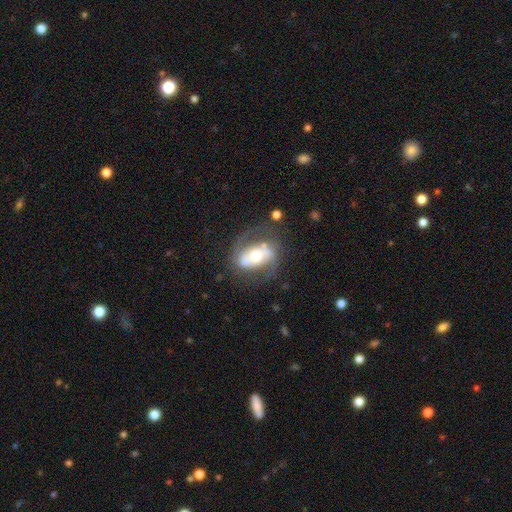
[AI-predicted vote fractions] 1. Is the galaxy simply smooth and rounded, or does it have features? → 65% featured or disk, 28% smooth, 7% star or artifact.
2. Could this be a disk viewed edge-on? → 92% no, 8% yes.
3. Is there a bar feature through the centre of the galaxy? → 39% no, 36% strong, 25% weak.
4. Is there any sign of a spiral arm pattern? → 64% yes, 36% no.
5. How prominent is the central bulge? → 67% moderate, 18% small, 12% large, 2% dominant, 1% none.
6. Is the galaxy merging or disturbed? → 61% none, 20% minor disturbance, 15% major disturbance, 4% merger.